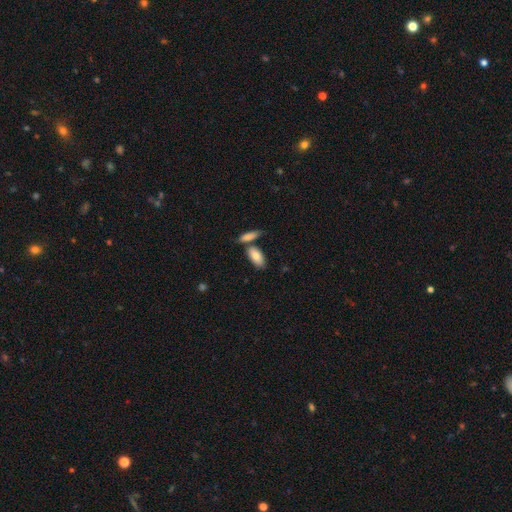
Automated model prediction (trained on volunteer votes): The model was most divided on "merging": none: 59%, merger: 25%, minor disturbance: 13%, major disturbance: 4%. More confident: how rounded — in between (91%); smooth or featured — smooth (83%).